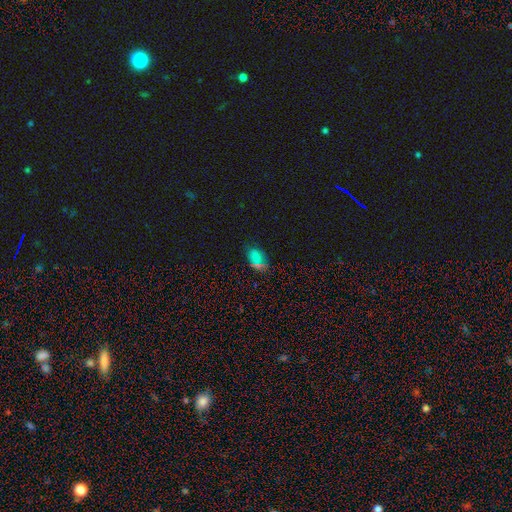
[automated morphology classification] Smooth or featured? Predicted: smooth (p=0.60). How rounded? Predicted: in between (p=0.84). Merging? Predicted: none (p=0.65).